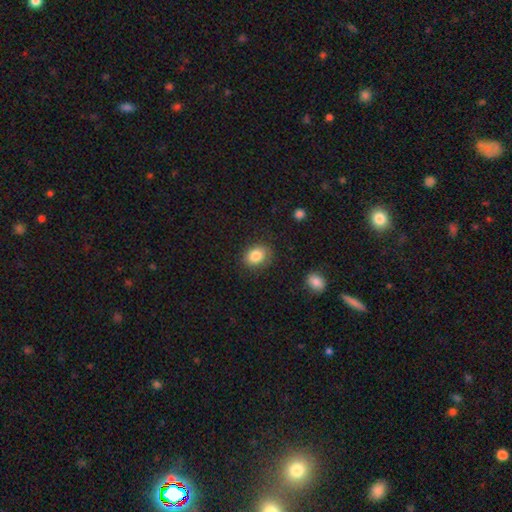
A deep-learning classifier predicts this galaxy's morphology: Q: Smooth or featured?
A: smooth (84%); runner-up: star or artifact (8%)
Q: How rounded?
A: in between (57%); runner-up: round (42%)
Q: Merging?
A: none (81%); runner-up: minor disturbance (14%)